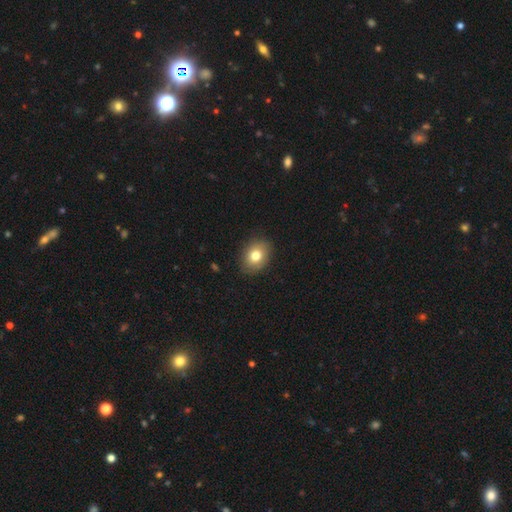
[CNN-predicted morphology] A smooth galaxy with no disk features (78%) that is in between round and cigar-shaped (64%).

Vote fractions:
- Smooth or featured? smooth: 78% / featured or disk: 13% / star or artifact: 9%
- How rounded? in between: 64% / round: 35% / cigar-shaped: 1%
- Merging? none: 87% / minor disturbance: 10% / major disturbance: 2% / merger: 1%